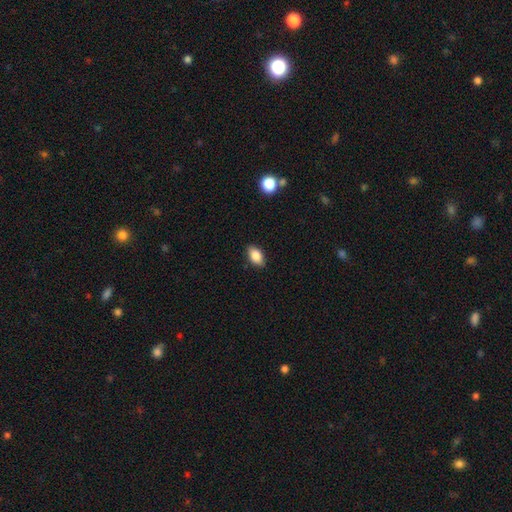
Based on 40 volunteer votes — smooth 92%, star or artifact 5%, featured or disk 2%. Down the decision tree: how rounded — in between (92%); merging — none (87%).